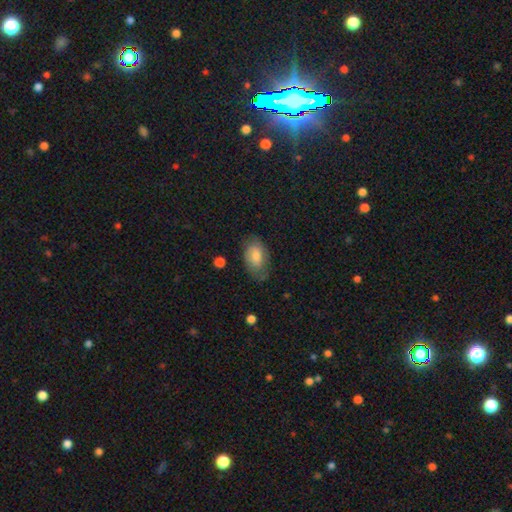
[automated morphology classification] A smooth galaxy with no disk features (64%) that is in between round and cigar-shaped (90%).

Vote fractions:
- Smooth or featured? smooth: 64% / featured or disk: 27% / star or artifact: 10%
- How rounded? in between: 90% / round: 8% / cigar-shaped: 2%
- Merging? none: 65% / minor disturbance: 26% / major disturbance: 7% / merger: 2%